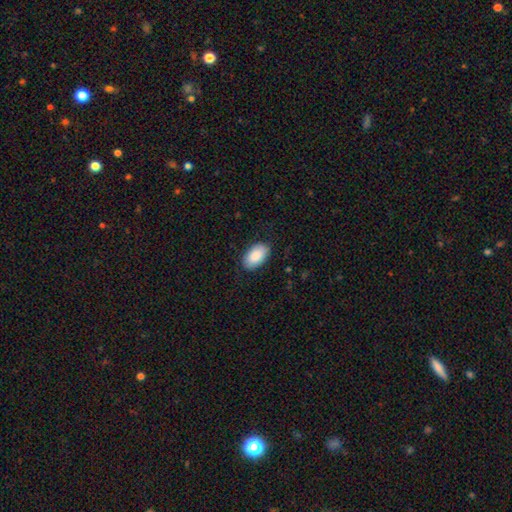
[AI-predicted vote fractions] Overall: smooth (87%). How rounded: in between (95%). Merging: none (84%).